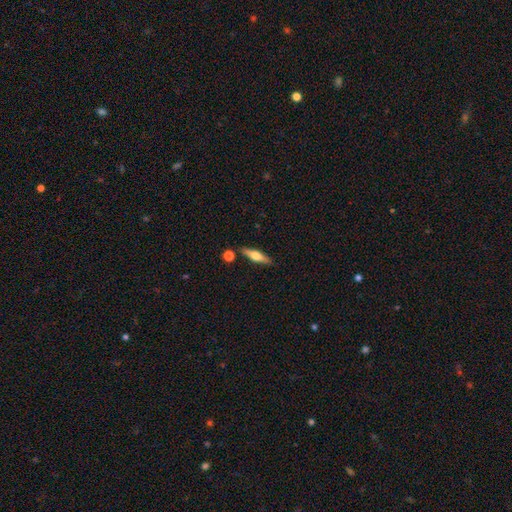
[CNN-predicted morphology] Smooth or featured: featured or disk — 51% (smooth — 43%)
Edge-on disk: yes — 94% (no — 6%)
Merging: none — 82% (minor disturbance — 9%)